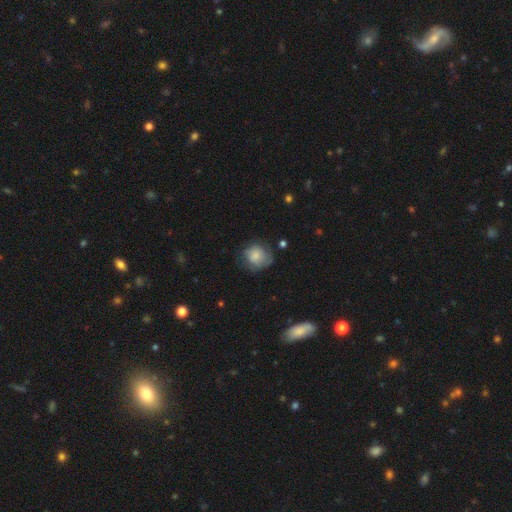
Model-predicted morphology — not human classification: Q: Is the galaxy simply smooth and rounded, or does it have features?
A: smooth — 73%.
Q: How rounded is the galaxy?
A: round — 78%.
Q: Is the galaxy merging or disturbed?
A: none — 59%.